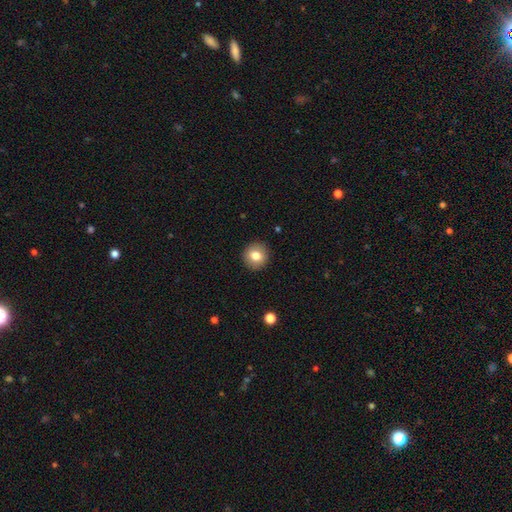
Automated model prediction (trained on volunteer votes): Morphology: type=smooth (79%); roundness=round (91%); merging=none (92%).